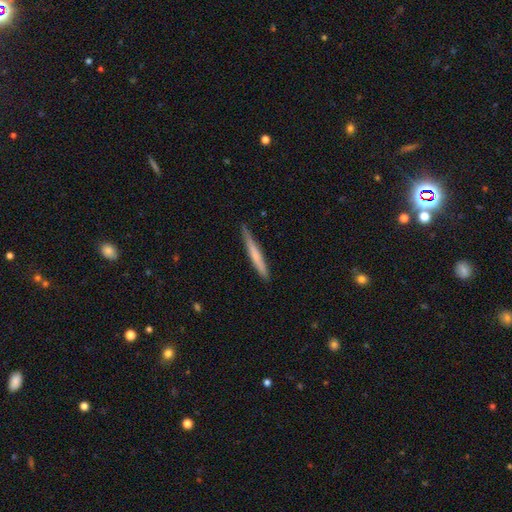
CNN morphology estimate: smooth 59%, featured or disk 36%, star or artifact 5%. Down the decision tree: how rounded — cigar-shaped (96%); merging — none (86%).